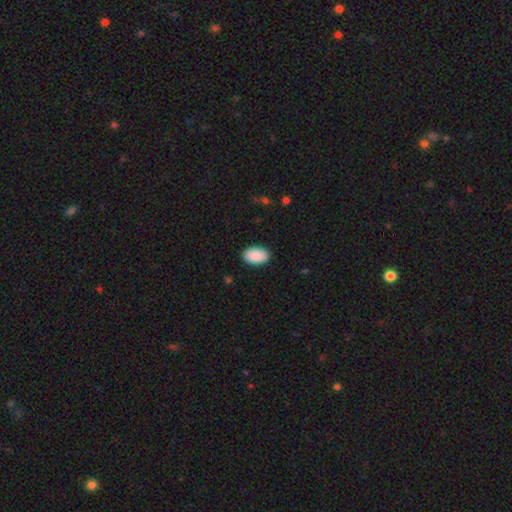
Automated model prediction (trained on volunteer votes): A smooth galaxy with no disk features (91%) that is in between round and cigar-shaped (94%).

Vote fractions:
- Smooth or featured? smooth: 91% / star or artifact: 6% / featured or disk: 3%
- How rounded? in between: 94% / round: 4% / cigar-shaped: 1%
- Merging? none: 90% / minor disturbance: 8% / major disturbance: 2% / merger: 1%